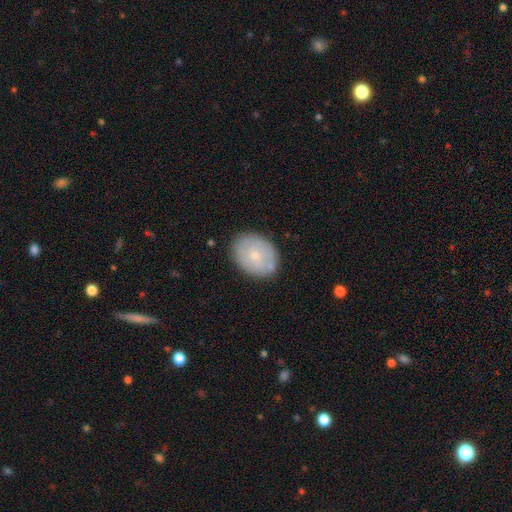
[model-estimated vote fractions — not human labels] Smooth or featured? Predicted: smooth (p=0.59). How rounded? Predicted: in between (p=0.59). Merging? Predicted: none (p=0.79).